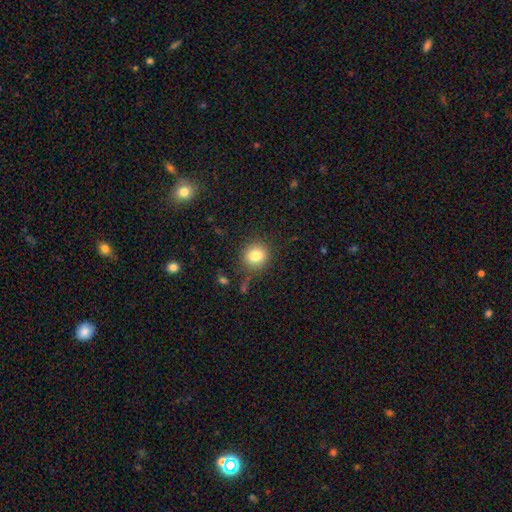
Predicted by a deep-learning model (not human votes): This appears to be a smooth galaxy with no disk features (81%) that is round (88%). Merging: none (84%).